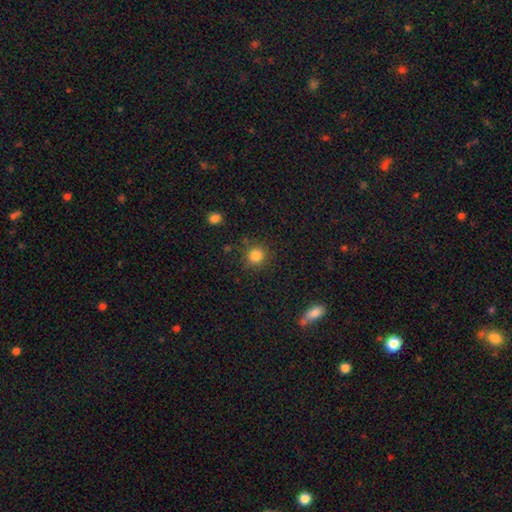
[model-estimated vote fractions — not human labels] A smooth galaxy with no disk features (83%) that is round (90%).

Vote fractions:
- Smooth or featured? smooth: 83% / star or artifact: 12% / featured or disk: 5%
- How rounded? round: 90% / in between: 9% / cigar-shaped: 1%
- Merging? none: 86% / minor disturbance: 9% / major disturbance: 3% / merger: 2%